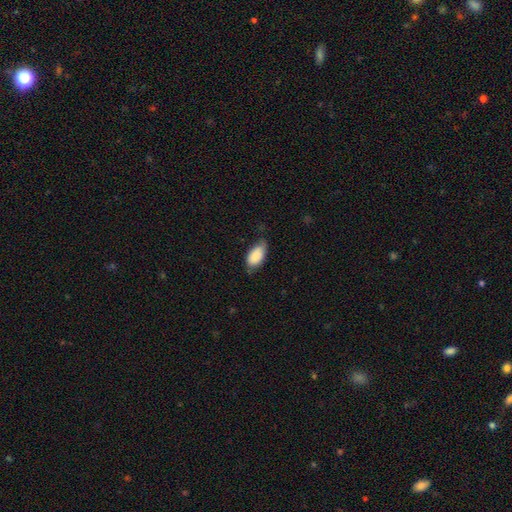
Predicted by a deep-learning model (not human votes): A smooth galaxy with no disk features (86%) that is in between round and cigar-shaped (94%).

Vote fractions:
- Smooth or featured? smooth: 86% / featured or disk: 8% / star or artifact: 6%
- How rounded? in between: 94% / cigar-shaped: 3% / round: 3%
- Merging? none: 57% / minor disturbance: 35% / major disturbance: 7% / merger: 2%